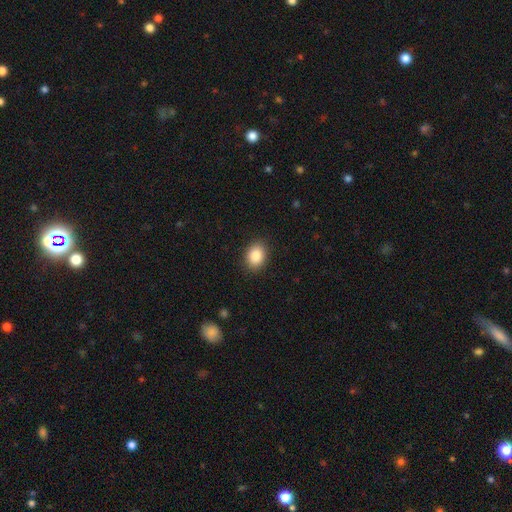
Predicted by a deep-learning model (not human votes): Smooth or featured: smooth — 87% (star or artifact — 8%)
How rounded: in between — 63% (round — 36%)
Merging: none — 89% (minor disturbance — 8%)